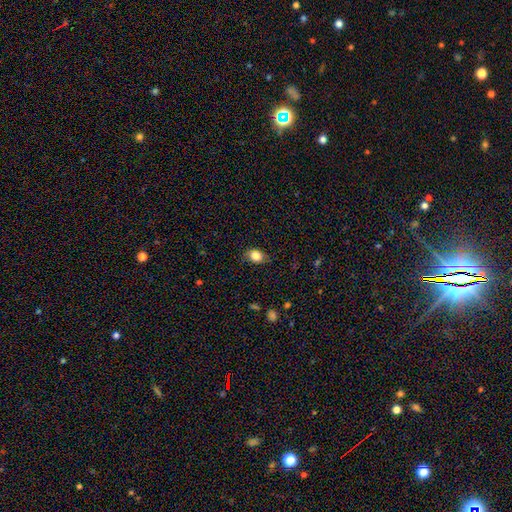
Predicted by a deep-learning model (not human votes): This is clearly a smooth galaxy (83%). How rounded: likely in between (64%). Merging: likely none (78%).